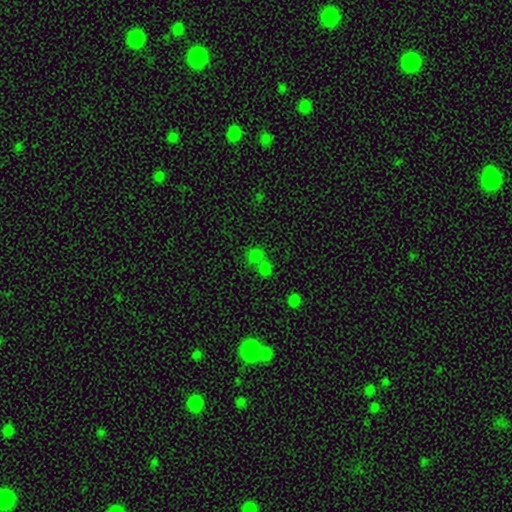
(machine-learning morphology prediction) Overall: smooth (68%). How rounded: round (81%). Merging: none (50%; merger 39%).